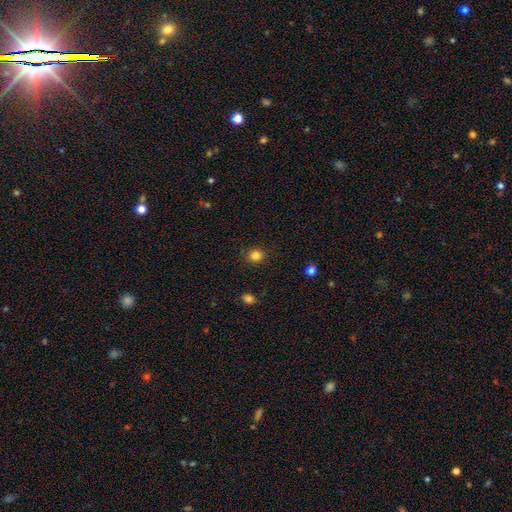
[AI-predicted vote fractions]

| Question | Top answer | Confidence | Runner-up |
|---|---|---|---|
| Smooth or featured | smooth | 83% | star or artifact (12%) |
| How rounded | round | 83% | in between (16%) |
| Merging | none | 89% | minor disturbance (7%) |